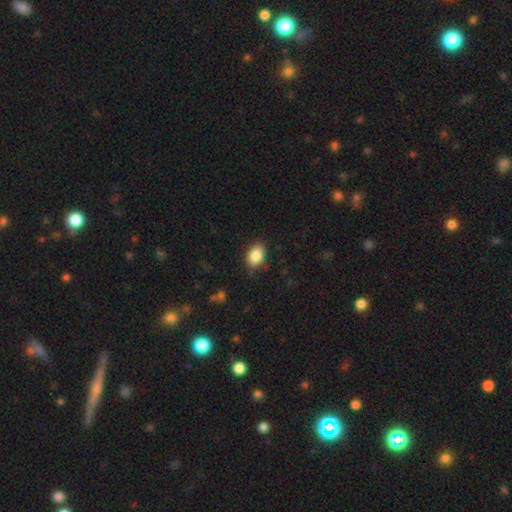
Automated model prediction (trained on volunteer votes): smooth_or_featured: smooth (p=0.86) [alt: star or artifact p=0.08]
how_rounded: in between (p=0.83) [alt: round p=0.16]
merging: none (p=0.83) [alt: minor disturbance p=0.13]